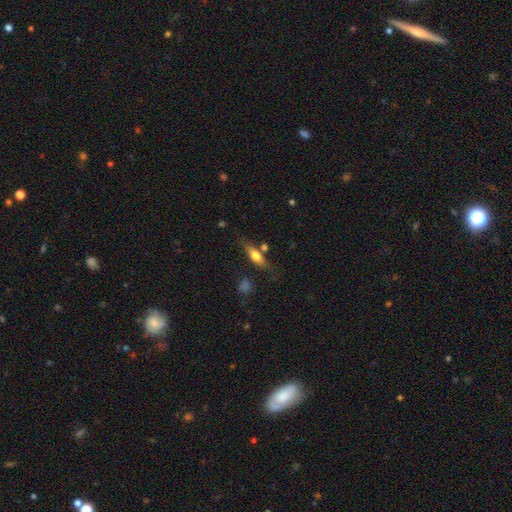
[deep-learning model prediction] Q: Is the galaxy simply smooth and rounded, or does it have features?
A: smooth — 53%.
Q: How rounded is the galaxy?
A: cigar-shaped — 52%.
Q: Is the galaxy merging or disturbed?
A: none — 70%.